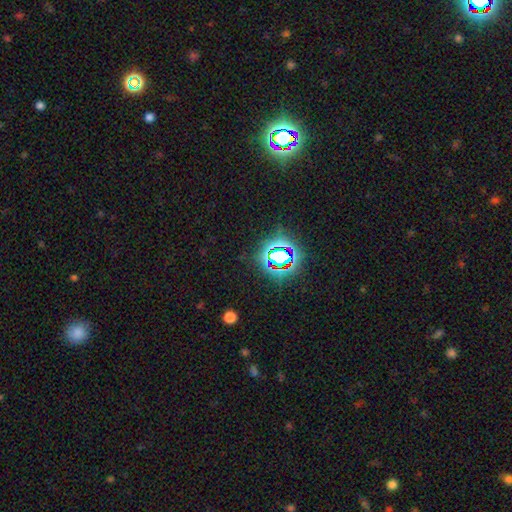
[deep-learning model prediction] Q: Smooth or featured?
A: star or artifact (78%); runner-up: smooth (14%)